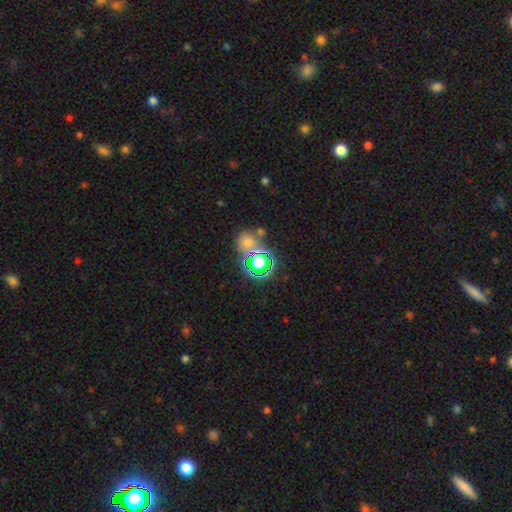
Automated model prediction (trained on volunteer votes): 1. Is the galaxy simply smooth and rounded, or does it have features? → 72% star or artifact, 19% smooth, 9% featured or disk.